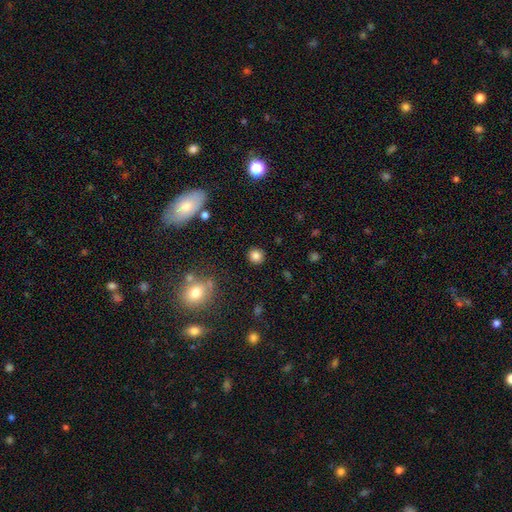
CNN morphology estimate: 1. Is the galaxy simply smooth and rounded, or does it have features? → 83% smooth, 12% star or artifact, 5% featured or disk.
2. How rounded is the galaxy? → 90% round, 9% in between, 1% cigar-shaped.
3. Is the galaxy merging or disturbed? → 90% none, 6% minor disturbance, 2% major disturbance, 1% merger.